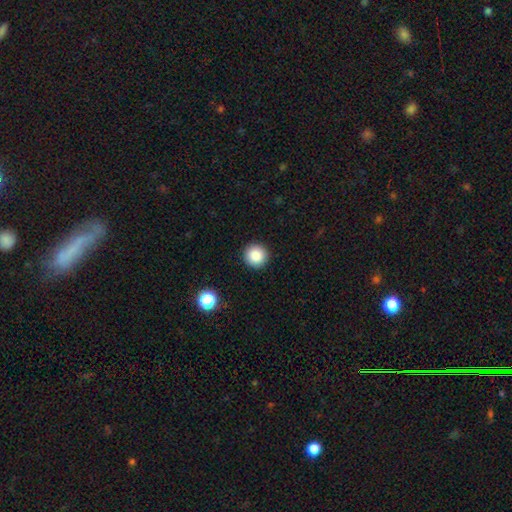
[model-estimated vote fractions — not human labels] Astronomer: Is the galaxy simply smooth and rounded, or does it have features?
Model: smooth — 86%.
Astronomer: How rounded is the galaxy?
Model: round — 95%.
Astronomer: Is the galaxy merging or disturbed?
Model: none — 92%.